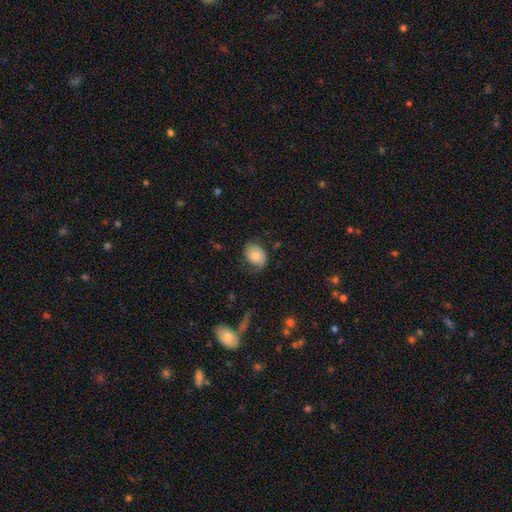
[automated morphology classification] smooth 67%, featured or disk 26%, star or artifact 8%. Down the decision tree: how rounded — in between (68%); merging — none (59%).